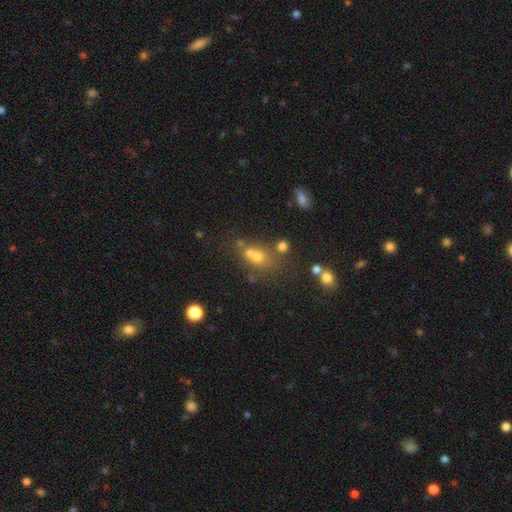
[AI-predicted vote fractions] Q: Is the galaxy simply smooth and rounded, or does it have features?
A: smooth — 56%.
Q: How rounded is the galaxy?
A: round — 60%.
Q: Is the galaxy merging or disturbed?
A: merger — 43%.